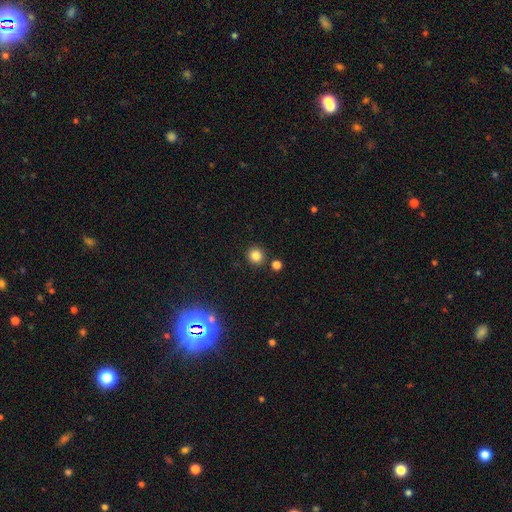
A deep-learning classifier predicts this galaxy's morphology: The model was most divided on "smooth or featured": smooth: 82%, star or artifact: 13%, featured or disk: 5%. More confident: how rounded — round (92%); merging — none (87%).